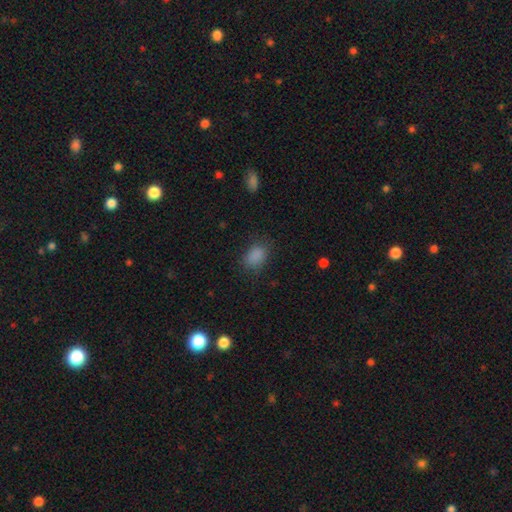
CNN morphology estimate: This appears to be a smooth galaxy with no disk features (85%) that is in between round and cigar-shaped (71%). Merging: none (77%).